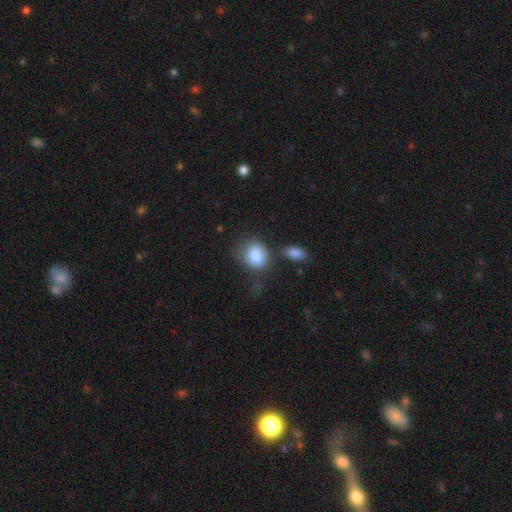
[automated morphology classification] smooth_or_featured: smooth (p=0.86) [alt: star or artifact p=0.07]
how_rounded: in between (p=0.56) [alt: round p=0.42]
merging: none (p=0.42) [alt: minor disturbance p=0.26]